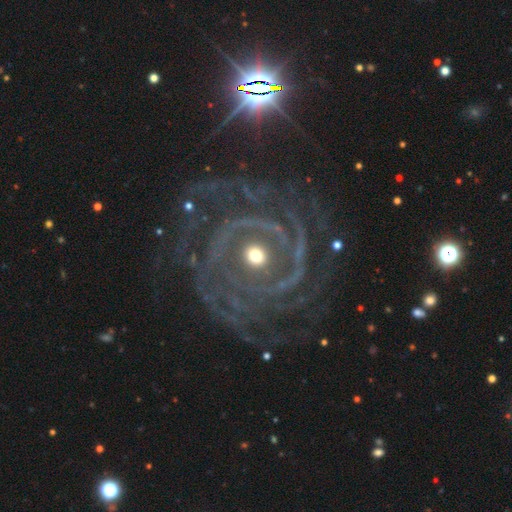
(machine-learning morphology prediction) type=featured or disk (85%); edge-on=no (97%); bar=no (75%); spiral arms=yes (89%); winding=tight (61%); arm count=2 (26%); bulge=moderate (55%); merging=none (67%).